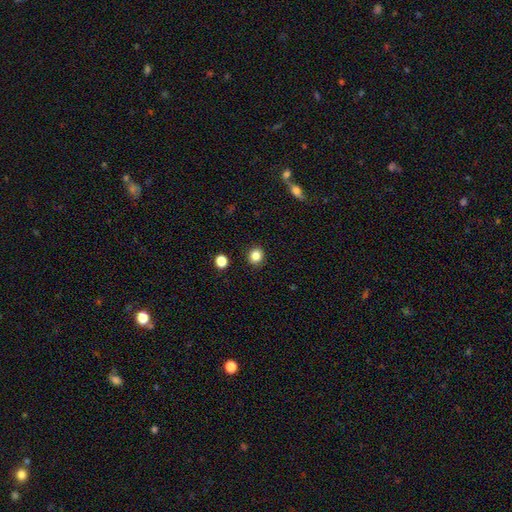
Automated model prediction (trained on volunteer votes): This appears to be a smooth galaxy with no disk features (84%) that is round (87%). Merging: none (92%).